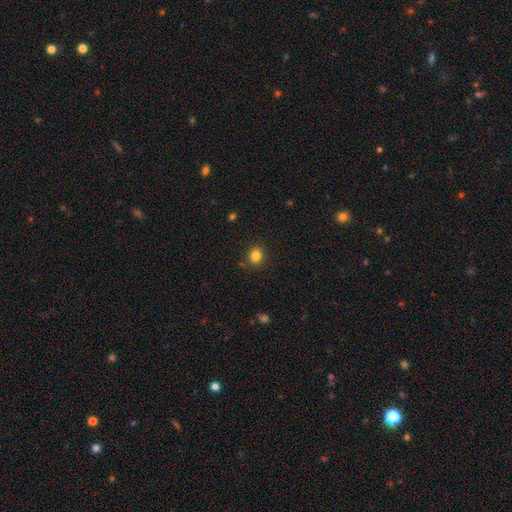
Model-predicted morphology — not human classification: smooth 82%, star or artifact 12%, featured or disk 5%. Down the decision tree: how rounded — round (75%); merging — none (87%).